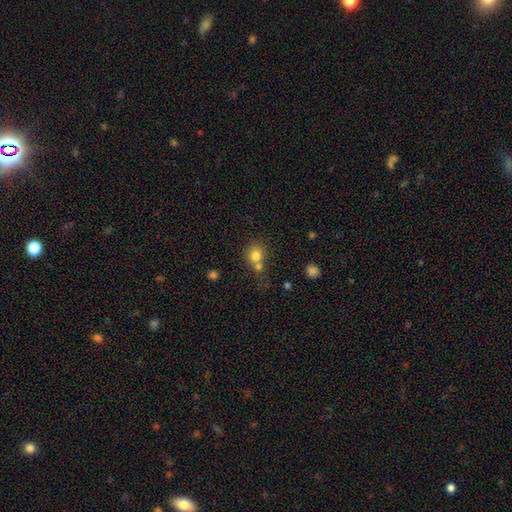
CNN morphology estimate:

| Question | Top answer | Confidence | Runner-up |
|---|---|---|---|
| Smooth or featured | smooth | 78% | star or artifact (12%) |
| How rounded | round | 82% | in between (17%) |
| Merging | none | 44% | tied: merger (44%) |